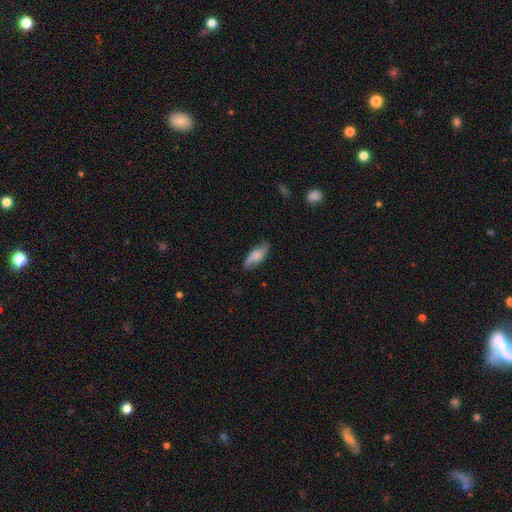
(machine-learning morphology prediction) This is possibly a smooth galaxy (54%). How rounded: likely in between (78%). Merging: likely none (74%).